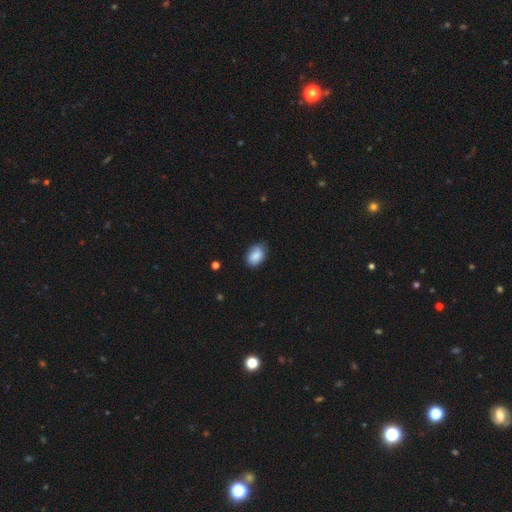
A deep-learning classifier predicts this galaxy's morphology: Smooth or featured: smooth — 86% (star or artifact — 7%)
How rounded: in between — 82% (round — 16%)
Merging: none — 76% (minor disturbance — 20%)